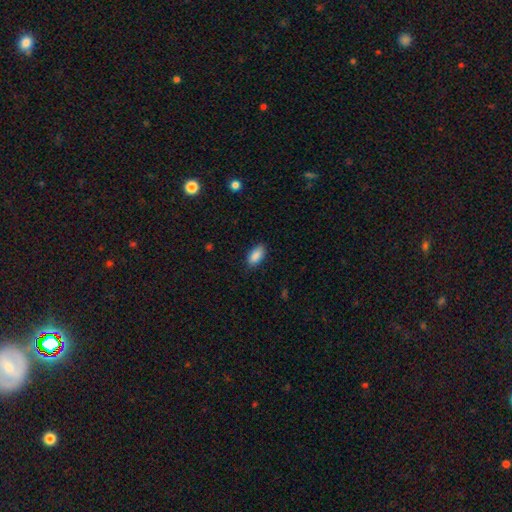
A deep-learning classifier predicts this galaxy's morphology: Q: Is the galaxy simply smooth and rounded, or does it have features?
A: smooth — 89%.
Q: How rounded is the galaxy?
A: in between — 91%.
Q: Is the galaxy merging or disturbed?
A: none — 84%.